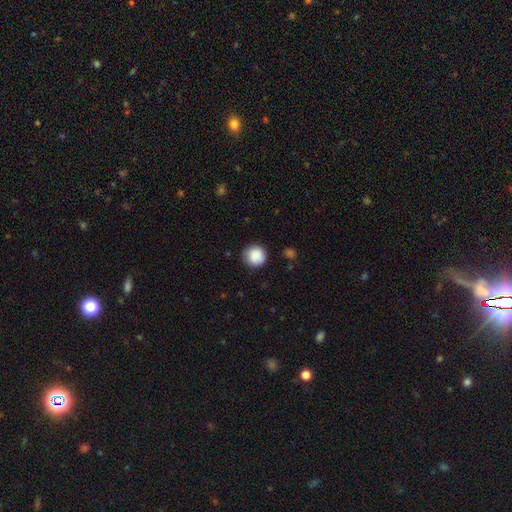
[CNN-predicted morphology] smooth 88%, star or artifact 8%, featured or disk 3%. Down the decision tree: how rounded — round (94%); merging — none (84%).